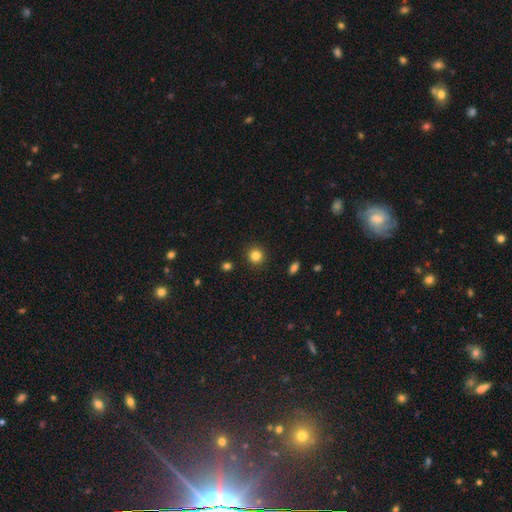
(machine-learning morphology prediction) This is clearly a smooth galaxy (84%). How rounded: clearly round (92%). Merging: clearly none (91%).